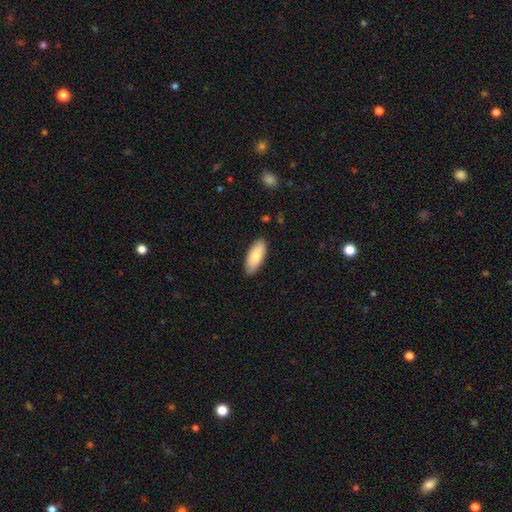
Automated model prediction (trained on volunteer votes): Morphology: type=smooth (82%); roundness=in between (83%); merging=none (88%).